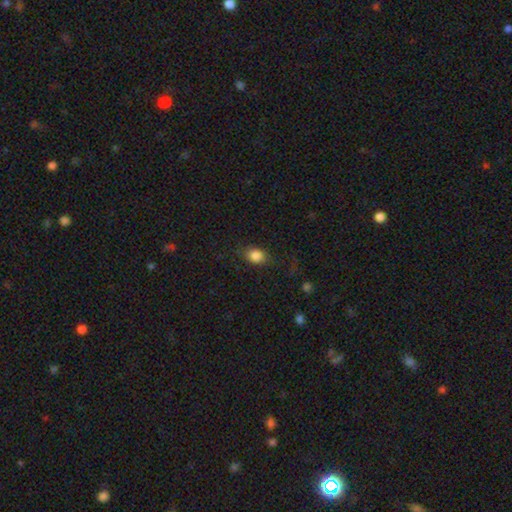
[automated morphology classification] A smooth galaxy with no disk features (84%) that is in between round and cigar-shaped (57%).

Vote fractions:
- Smooth or featured? smooth: 84% / star or artifact: 10% / featured or disk: 7%
- How rounded? in between: 57% / round: 41% / cigar-shaped: 2%
- Merging? none: 75% / minor disturbance: 16% / major disturbance: 7% / merger: 1%